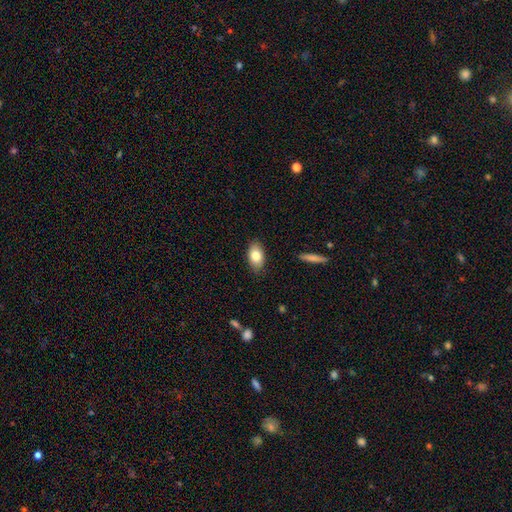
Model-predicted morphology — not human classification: A smooth galaxy with no disk features (81%) that is in between round and cigar-shaped (92%).

Vote fractions:
- Smooth or featured? smooth: 81% / featured or disk: 12% / star or artifact: 7%
- How rounded? in between: 92% / round: 6% / cigar-shaped: 2%
- Merging? none: 86% / minor disturbance: 11% / major disturbance: 2% / merger: 1%